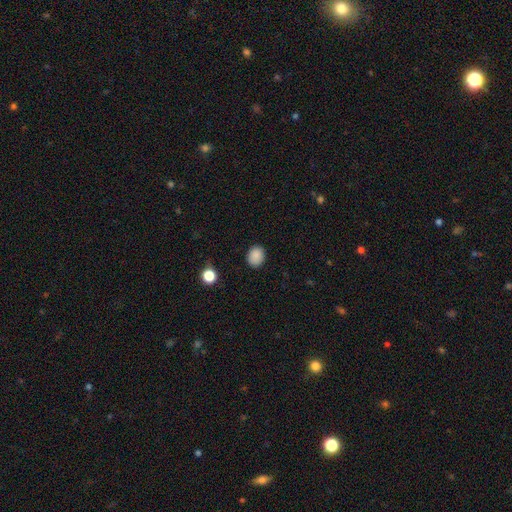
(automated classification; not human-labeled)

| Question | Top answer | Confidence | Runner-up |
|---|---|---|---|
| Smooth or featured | smooth | 87% | star or artifact (10%) |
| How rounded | round | 60% | in between (39%) |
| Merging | none | 86% | minor disturbance (11%) |